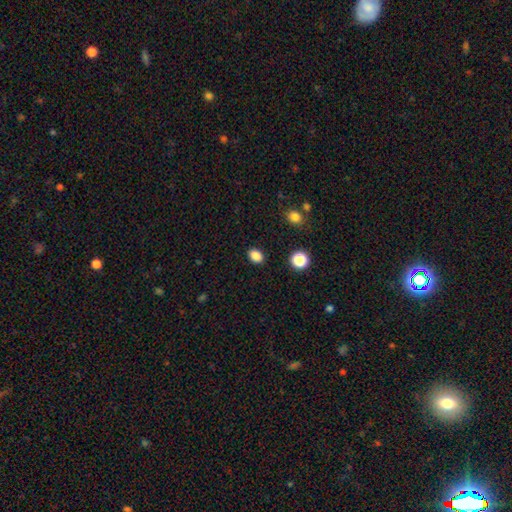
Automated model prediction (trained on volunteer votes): smooth-or-featured: smooth: 86% | star or artifact: 11% | featured or disk: 3%
  how-rounded: in between: 72% | round: 27% | cigar-shaped: 1%
  merging: none: 88% | minor disturbance: 8% | major disturbance: 2% | merger: 1%